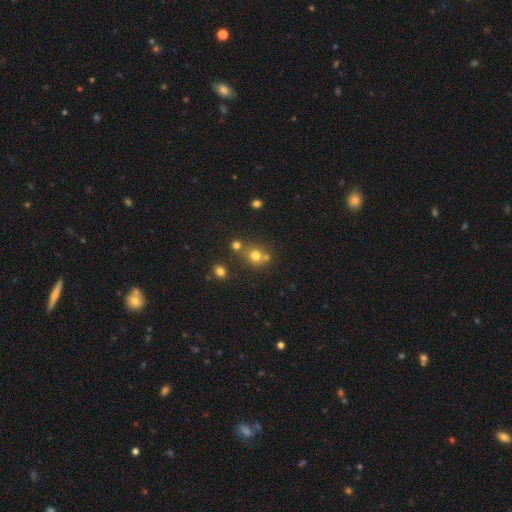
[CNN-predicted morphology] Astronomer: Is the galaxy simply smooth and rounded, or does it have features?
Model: smooth — 71%.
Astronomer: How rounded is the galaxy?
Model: round — 81%.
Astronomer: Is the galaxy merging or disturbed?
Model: none — 58%.